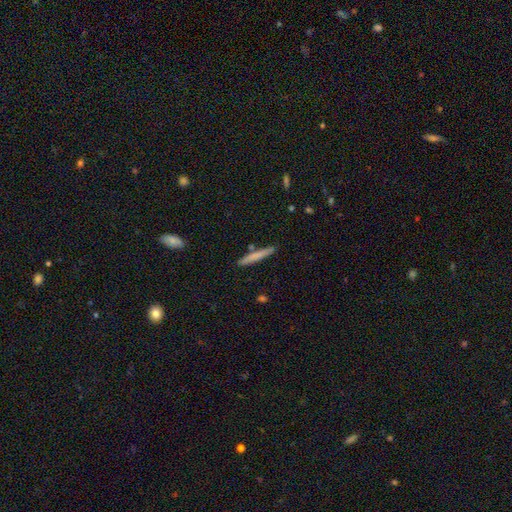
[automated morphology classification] Overall: smooth (72%). How rounded: cigar-shaped (96%). Merging: none (88%).